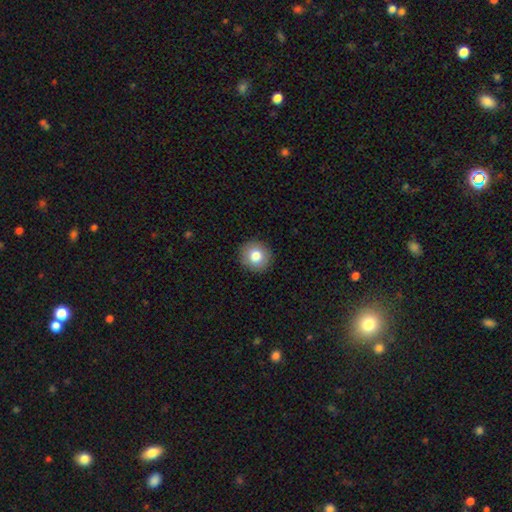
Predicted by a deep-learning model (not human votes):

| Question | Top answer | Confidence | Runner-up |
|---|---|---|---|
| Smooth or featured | smooth | 80% | featured or disk (10%) |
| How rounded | round | 91% | in between (8%) |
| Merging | none | 92% | minor disturbance (6%) |